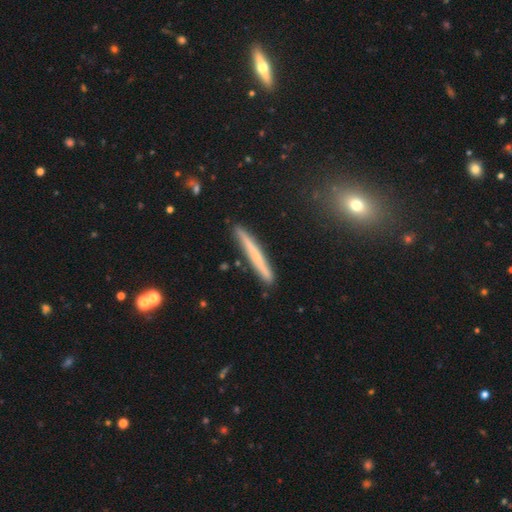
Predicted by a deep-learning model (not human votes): The model was most divided on "smooth or featured": smooth: 54%, featured or disk: 38%, star or artifact: 7%. More confident: how rounded — cigar-shaped (97%); merging — none (88%).